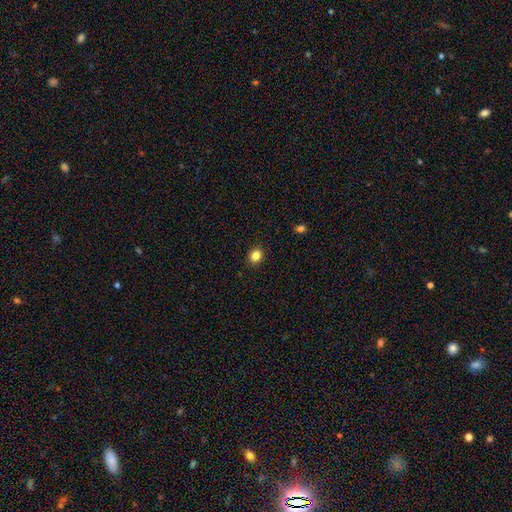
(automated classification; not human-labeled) Smooth or featured?
  - smooth: 83% *
  - star or artifact: 12%
  - featured or disk: 5%
How rounded?
  - round: 64% *
  - in between: 35%
  - cigar-shaped: 1%
Merging?
  - none: 91% *
  - minor disturbance: 7%
  - major disturbance: 2%
  - merger: 1%